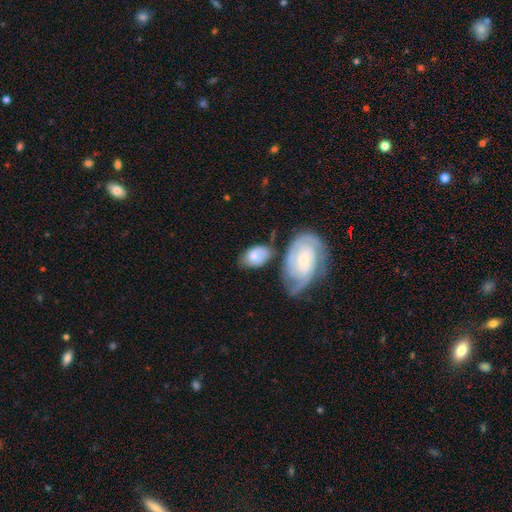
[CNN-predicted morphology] Smooth or featured?
  - smooth: 56% *
  - featured or disk: 38%
  - star or artifact: 6%
How rounded?
  - in between: 84% *
  - round: 15%
  - cigar-shaped: 2%
Merging?
  - none: 52% *
  - merger: 20%
  - minor disturbance: 20%
  - major disturbance: 8%